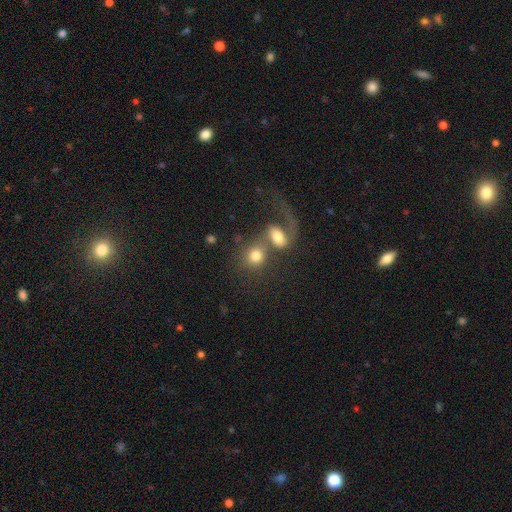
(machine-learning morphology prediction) A smooth galaxy with no disk features (68%) that is round (66%). Merging: merger (61%).